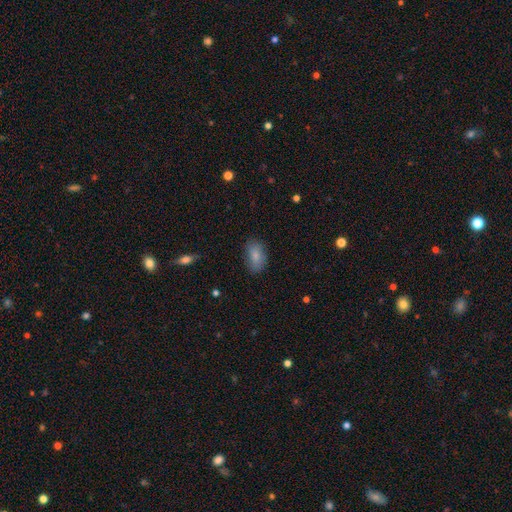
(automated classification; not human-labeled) A smooth galaxy with no disk features (84%) that is in between round and cigar-shaped (91%). Merging: none (80%).